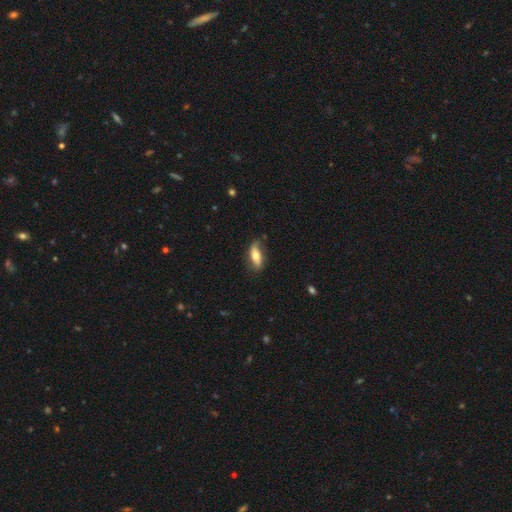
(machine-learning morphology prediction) type=smooth (60%); roundness=in between (70%); merging=none (74%).